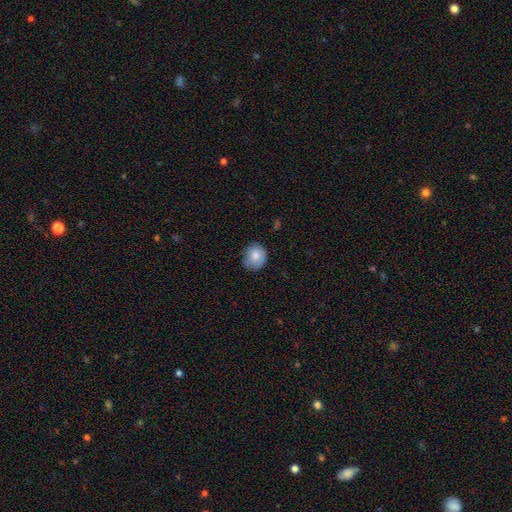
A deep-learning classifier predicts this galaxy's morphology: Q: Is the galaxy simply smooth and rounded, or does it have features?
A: smooth — 80%.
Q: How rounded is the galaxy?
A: round — 75%.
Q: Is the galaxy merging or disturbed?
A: none — 72%.